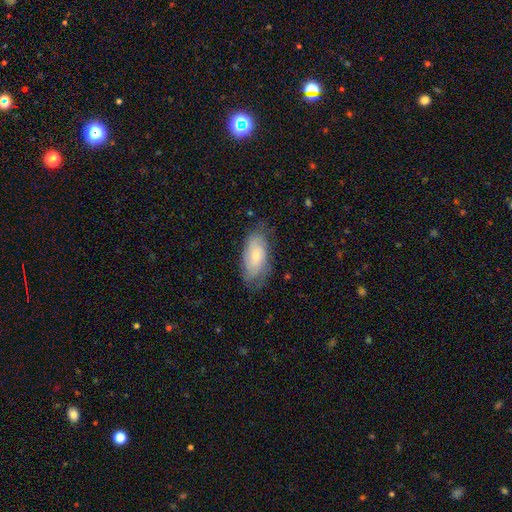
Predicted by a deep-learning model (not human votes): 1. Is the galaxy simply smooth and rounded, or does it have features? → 57% smooth, 36% featured or disk, 7% star or artifact.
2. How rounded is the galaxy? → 89% in between, 7% cigar-shaped, 3% round.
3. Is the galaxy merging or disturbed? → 67% none, 24% minor disturbance, 8% major disturbance, 1% merger.